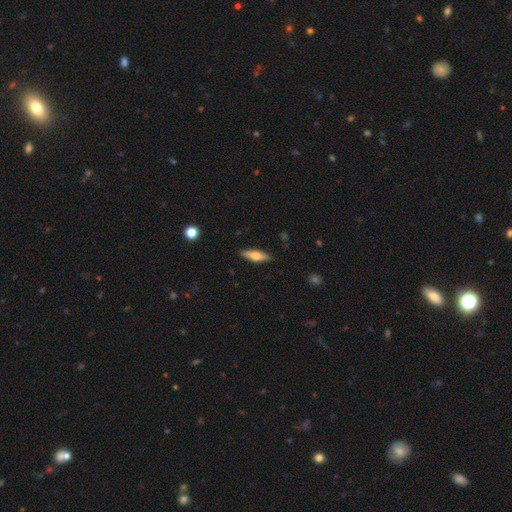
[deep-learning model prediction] A smooth galaxy with no disk features (57%) that is cigar-shaped (50%).

Vote fractions:
- Smooth or featured? smooth: 57% / featured or disk: 37% / star or artifact: 6%
- How rounded? cigar-shaped: 50% / in between: 48% / round: 3%
- Merging? none: 87% / minor disturbance: 10% / major disturbance: 2% / merger: 1%